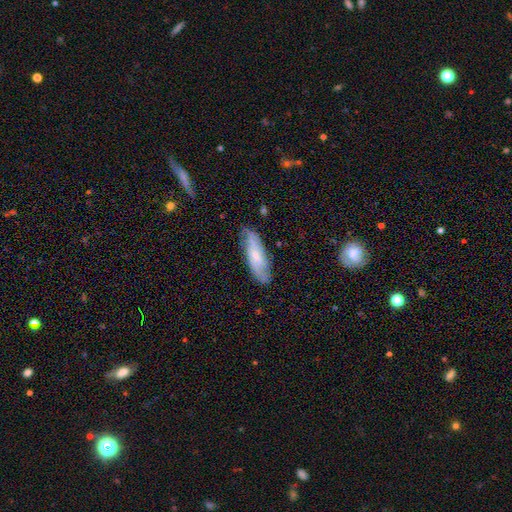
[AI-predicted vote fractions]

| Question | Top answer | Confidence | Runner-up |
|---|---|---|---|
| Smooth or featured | featured or disk | 53% | smooth (40%) |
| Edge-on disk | no | 76% | yes (24%) |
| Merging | none | 76% | minor disturbance (18%) |